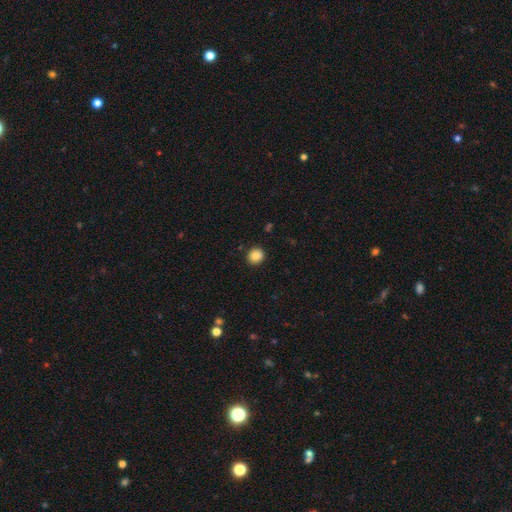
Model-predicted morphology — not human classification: smooth-or-featured: smooth: 86% | star or artifact: 10% | featured or disk: 4%
  how-rounded: round: 84% | in between: 15% | cigar-shaped: 1%
  merging: none: 90% | minor disturbance: 7% | major disturbance: 2% | merger: 1%